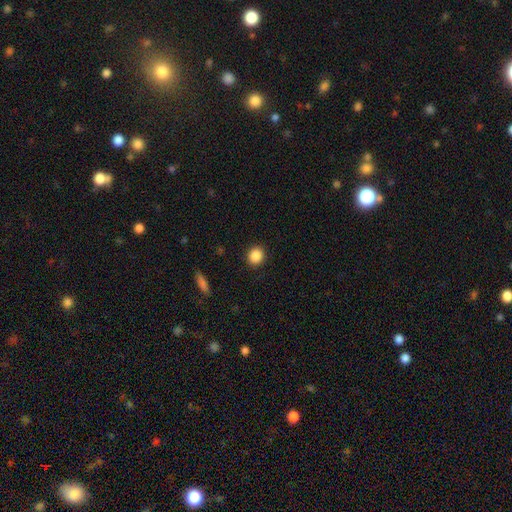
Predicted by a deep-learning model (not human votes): Overall: smooth (88%). How rounded: round (78%). Merging: none (90%).